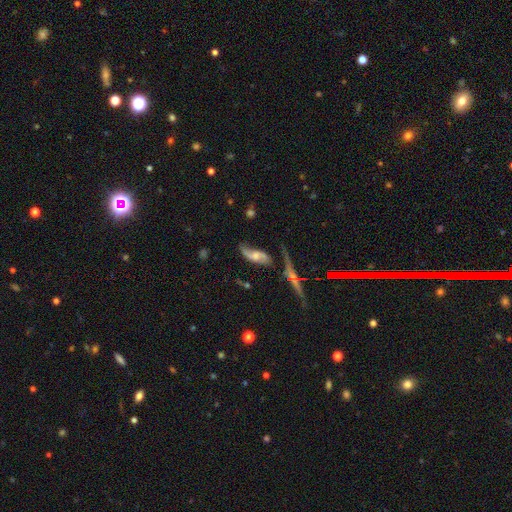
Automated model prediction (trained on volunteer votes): Smooth or featured? Predicted: featured or disk (p=0.74). Edge-on disk? Predicted: no (p=0.88). Bar? Predicted: no (p=0.56). Spiral arms? Predicted: yes (p=0.92). Spiral winding? Predicted: loose (p=0.69). Spiral arm count? Predicted: 2 (p=0.89). Bulge size? Predicted: moderate (p=0.46). Merging? Predicted: none (p=0.54).